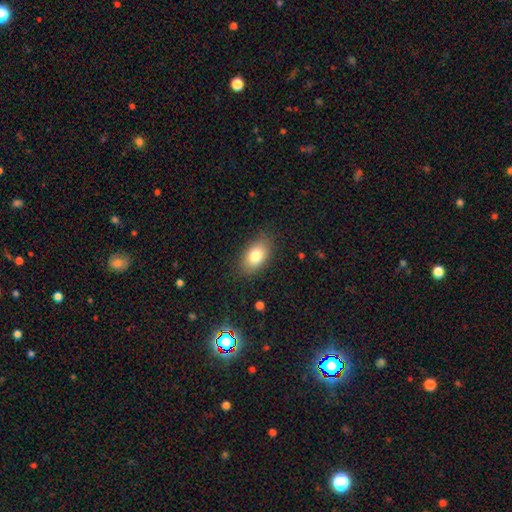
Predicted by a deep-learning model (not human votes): A smooth galaxy with no disk features (81%) that is in between round and cigar-shaped (90%). Merging: none (83%).